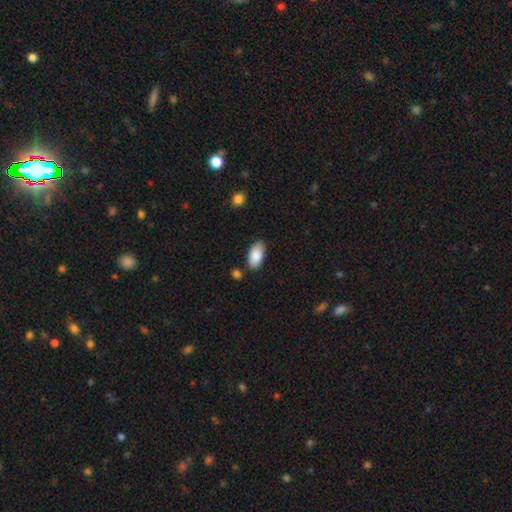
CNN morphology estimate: smooth_or_featured: smooth (p=0.88) [alt: star or artifact p=0.06]
how_rounded: in between (p=0.94) [alt: cigar-shaped p=0.03]
merging: none (p=0.80) [alt: minor disturbance p=0.13]